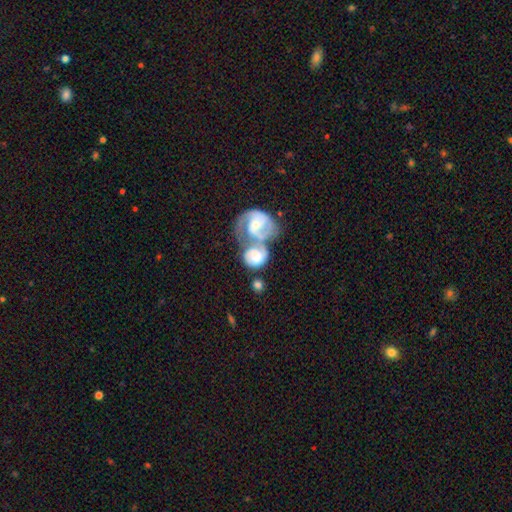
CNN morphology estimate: type=featured or disk (57%); edge-on=no (97%); bar=no (59%); spiral arms=yes (80%); bulge=moderate (42%); merging=merger (68%).